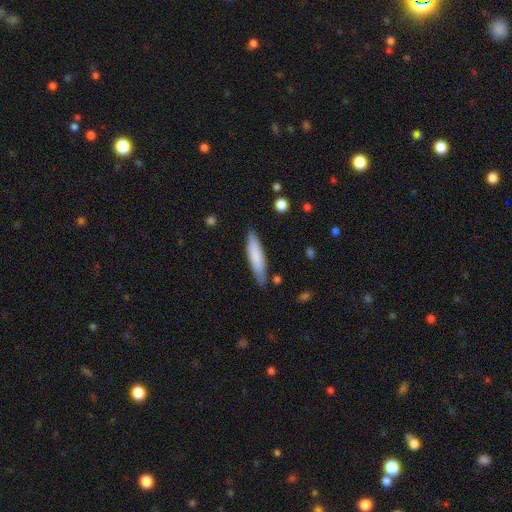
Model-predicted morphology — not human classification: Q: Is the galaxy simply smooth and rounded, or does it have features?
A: smooth — 77%.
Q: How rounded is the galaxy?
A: cigar-shaped — 78%.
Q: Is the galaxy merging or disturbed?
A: none — 83%.